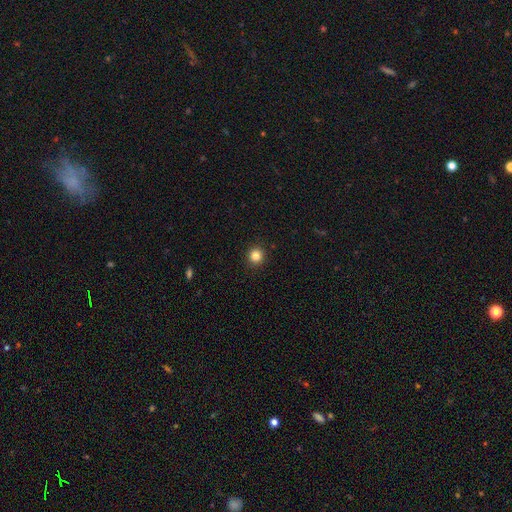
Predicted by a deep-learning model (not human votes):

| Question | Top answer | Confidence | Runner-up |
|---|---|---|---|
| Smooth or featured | smooth | 84% | star or artifact (12%) |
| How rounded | round | 93% | in between (6%) |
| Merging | none | 93% | minor disturbance (5%) |